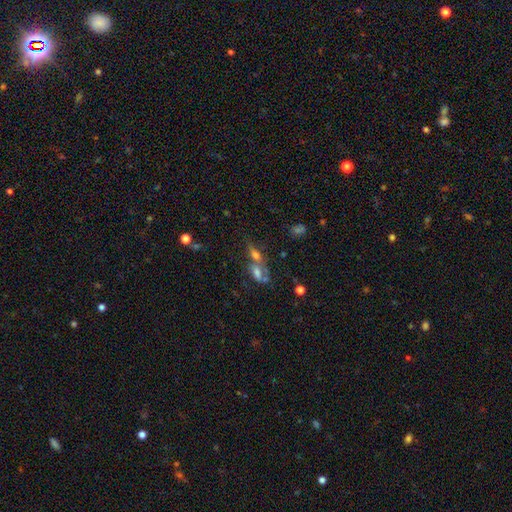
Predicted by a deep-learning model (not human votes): Smooth or featured: smooth — 41% (featured or disk — 35%)
Merging: merger — 56% (none — 26%)